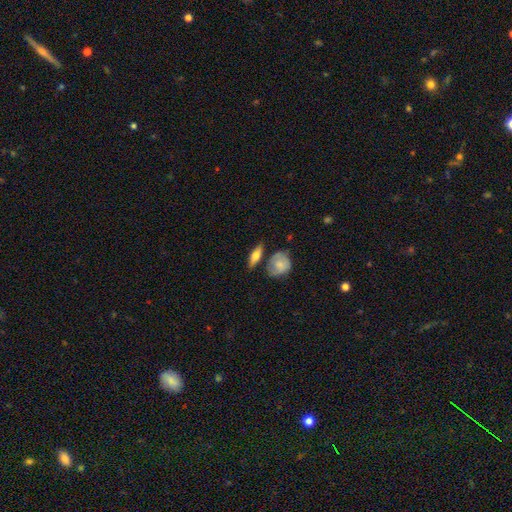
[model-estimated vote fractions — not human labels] A smooth galaxy with no disk features (63%) that is in between round and cigar-shaped (58%).

Vote fractions:
- Smooth or featured? smooth: 63% / featured or disk: 31% / star or artifact: 6%
- How rounded? in between: 58% / cigar-shaped: 34% / round: 8%
- Merging? none: 70% / minor disturbance: 16% / merger: 9% / major disturbance: 4%